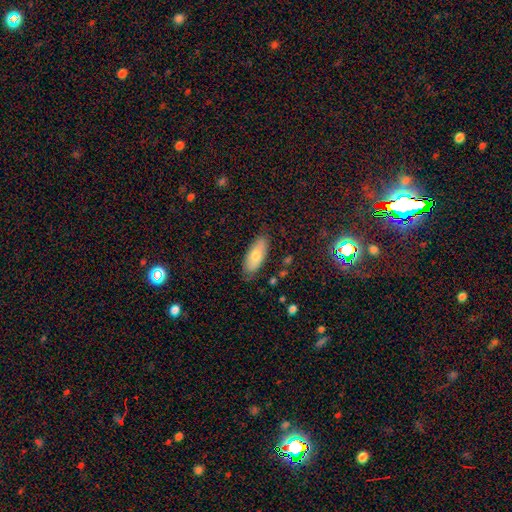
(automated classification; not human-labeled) Overall: smooth (71%). How rounded: in between (84%). Merging: none (82%).